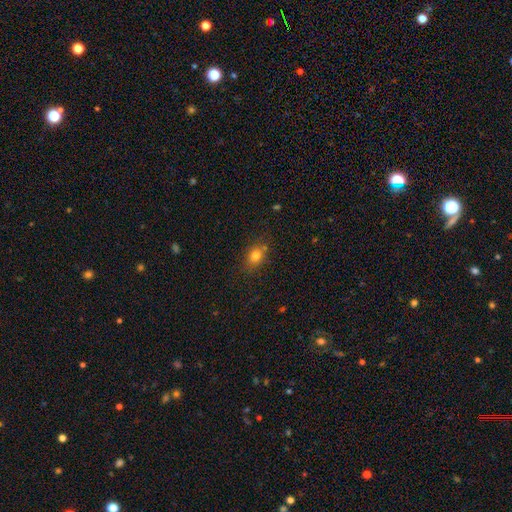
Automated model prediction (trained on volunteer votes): smooth-or-featured: smooth: 77% | star or artifact: 13% | featured or disk: 10%
  how-rounded: in between: 57% | round: 40% | cigar-shaped: 2%
  merging: none: 74% | minor disturbance: 16% | merger: 6% | major disturbance: 4%